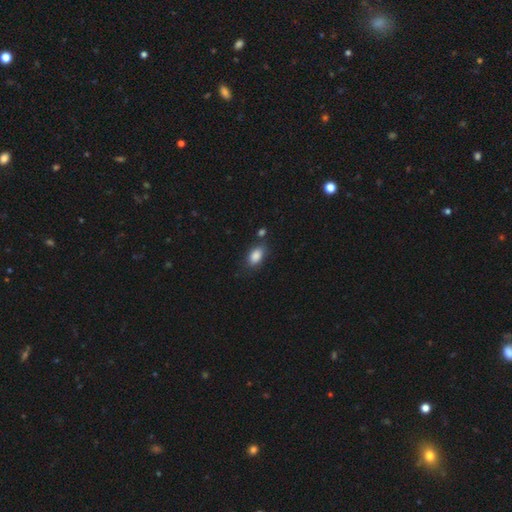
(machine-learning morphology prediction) Smooth or featured: smooth — 87% (star or artifact — 8%)
How rounded: in between — 91% (round — 6%)
Merging: none — 74% (minor disturbance — 16%)